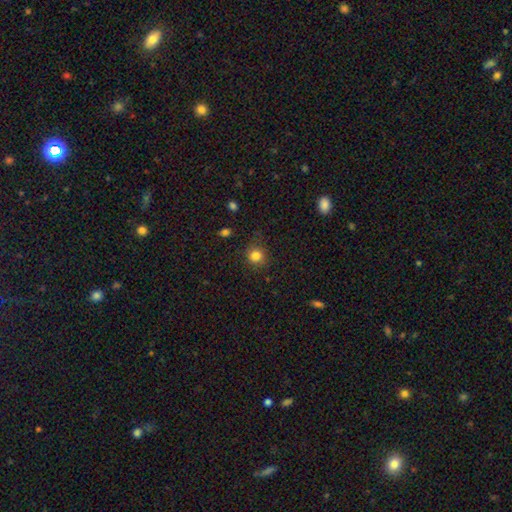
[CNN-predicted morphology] The model was most divided on "merging": none: 81%, minor disturbance: 13%, major disturbance: 4%, merger: 2%. More confident: how rounded — round (88%); smooth or featured — smooth (83%).